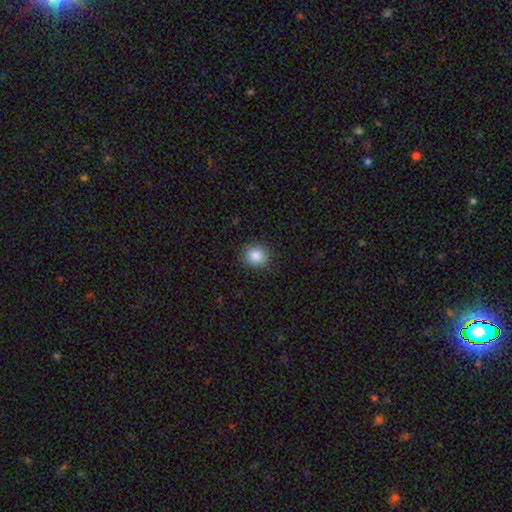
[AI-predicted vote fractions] Smooth or featured? Predicted: smooth (p=0.86). How rounded? Predicted: round (p=0.84). Merging? Predicted: none (p=0.90).